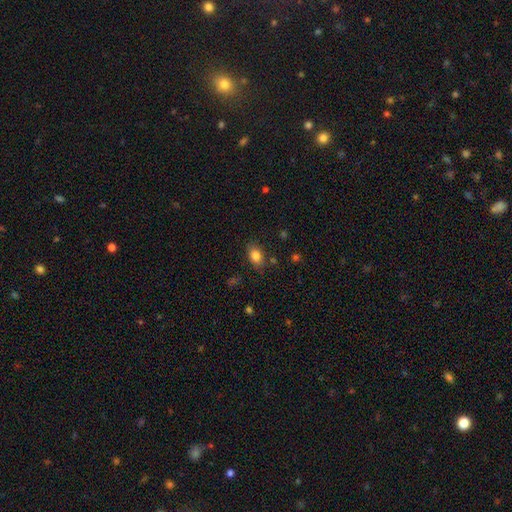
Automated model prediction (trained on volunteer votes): Smooth or featured: smooth — 83% (star or artifact — 9%)
How rounded: in between — 81% (round — 17%)
Merging: none — 82% (minor disturbance — 13%)